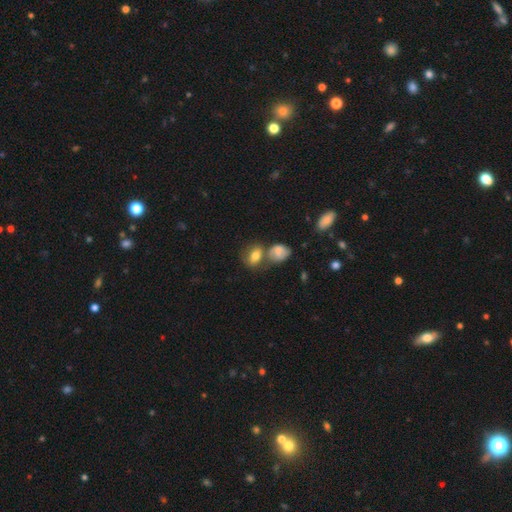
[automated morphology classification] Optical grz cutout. It shows a smooth galaxy with no disk features (72%) that is in between round and cigar-shaped (74%). Merging: none (45%).